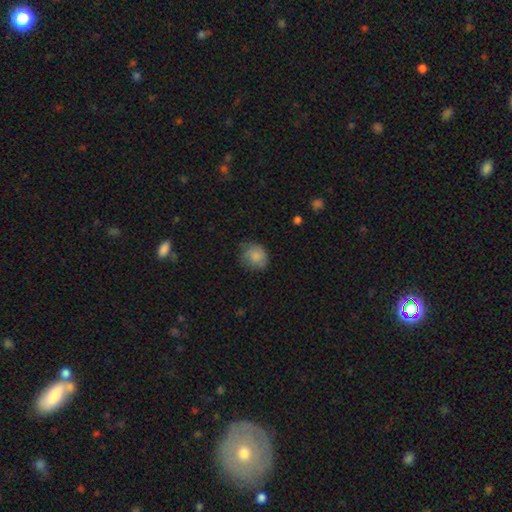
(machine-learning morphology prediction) type=smooth (79%); roundness=round (76%); merging=none (62%).